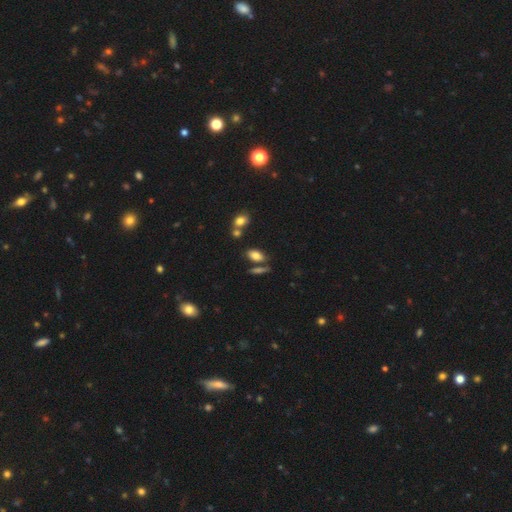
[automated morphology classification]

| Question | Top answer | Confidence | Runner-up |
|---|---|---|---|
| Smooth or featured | smooth | 80% | featured or disk (10%) |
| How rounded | in between | 86% | cigar-shaped (8%) |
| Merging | none | 65% | merger (18%) |